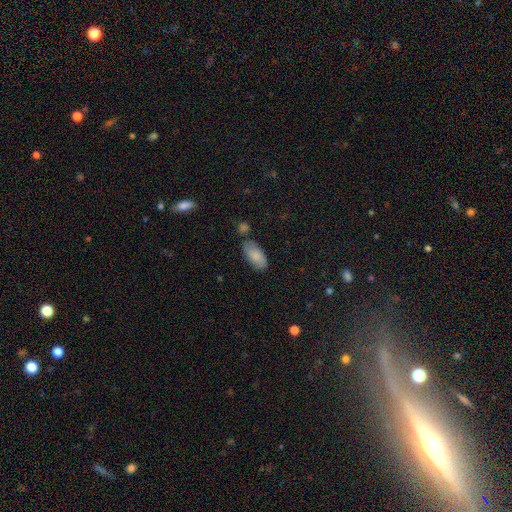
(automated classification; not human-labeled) A smooth galaxy with no disk features (84%) that is in between round and cigar-shaped (92%). Merging: none (70%).